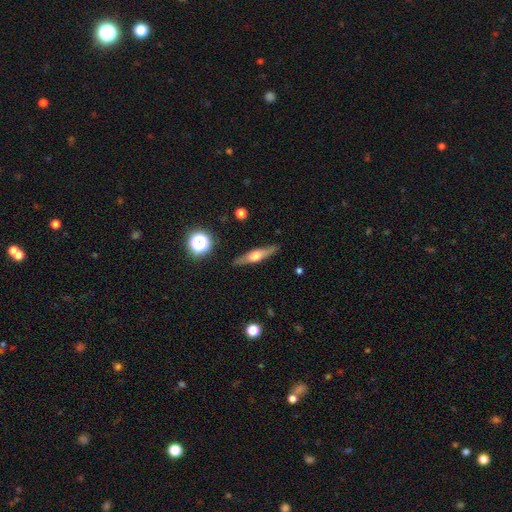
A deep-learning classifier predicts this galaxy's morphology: Smooth or featured: featured or disk — 58% (smooth — 35%)
Edge-on disk: yes — 94% (no — 6%)
Edge-on bulge: rounded — 87% (boxy — 9%)
Merging: none — 87% (minor disturbance — 9%)